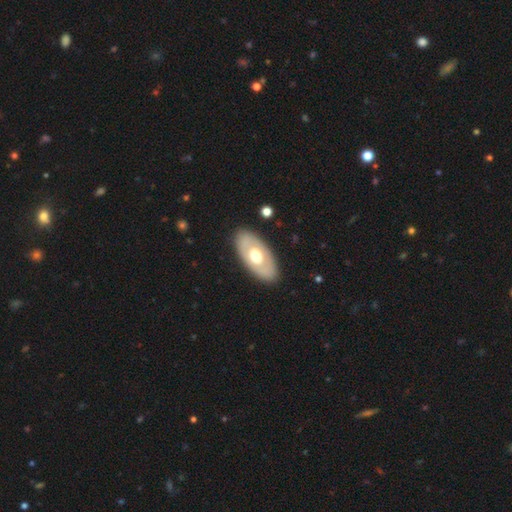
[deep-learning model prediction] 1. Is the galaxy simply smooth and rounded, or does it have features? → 49% featured or disk, 46% smooth, 5% star or artifact.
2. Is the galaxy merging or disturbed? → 86% none, 9% minor disturbance, 3% major disturbance, 1% merger.